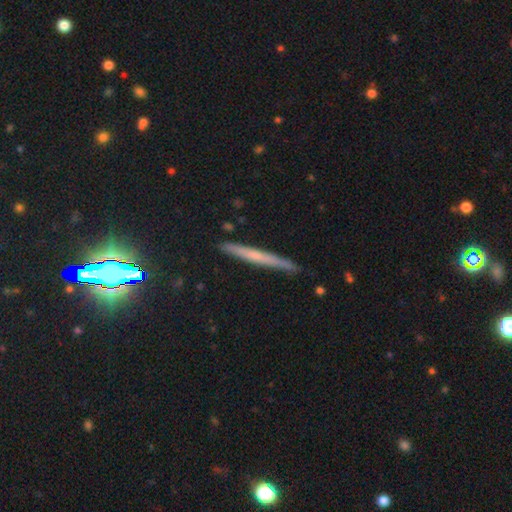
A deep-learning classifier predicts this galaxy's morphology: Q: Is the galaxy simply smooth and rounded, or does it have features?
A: smooth — 47%.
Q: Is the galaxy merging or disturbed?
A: none — 88%.